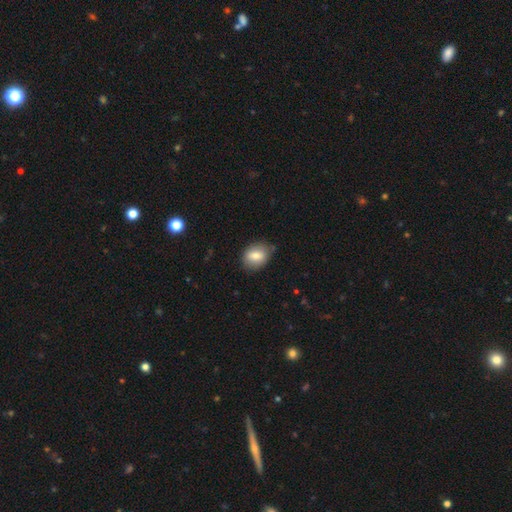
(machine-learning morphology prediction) A smooth galaxy with no disk features (79%) that is in between round and cigar-shaped (64%).

Vote fractions:
- Smooth or featured? smooth: 79% / featured or disk: 13% / star or artifact: 8%
- How rounded? in between: 64% / round: 35% / cigar-shaped: 1%
- Merging? none: 75% / minor disturbance: 20% / major disturbance: 4% / merger: 2%